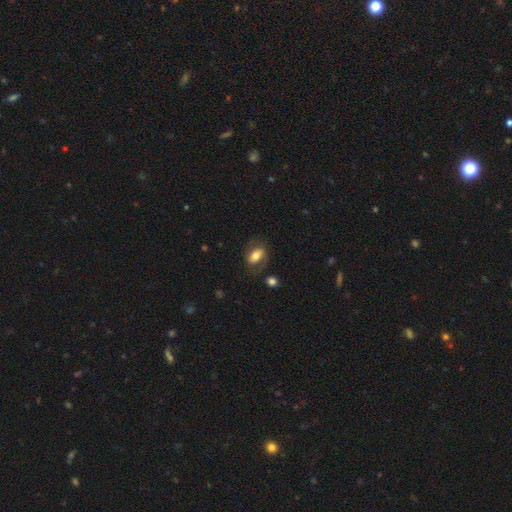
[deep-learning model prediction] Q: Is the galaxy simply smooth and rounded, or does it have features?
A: smooth — 56%.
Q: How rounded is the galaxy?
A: in between — 83%.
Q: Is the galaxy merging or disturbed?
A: none — 66%.